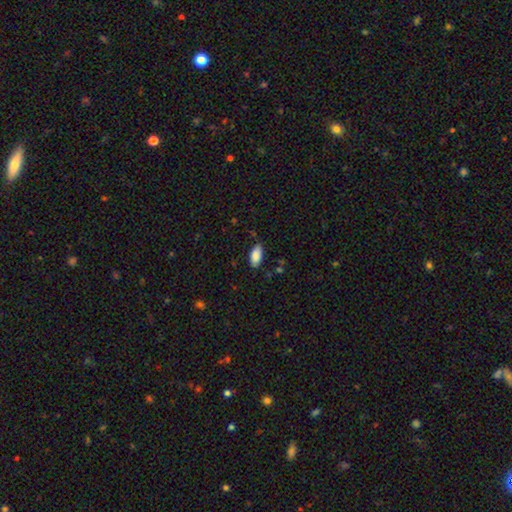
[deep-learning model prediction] Smooth or featured: smooth — 88% (star or artifact — 6%)
How rounded: in between — 93% (cigar-shaped — 5%)
Merging: none — 80% (minor disturbance — 15%)